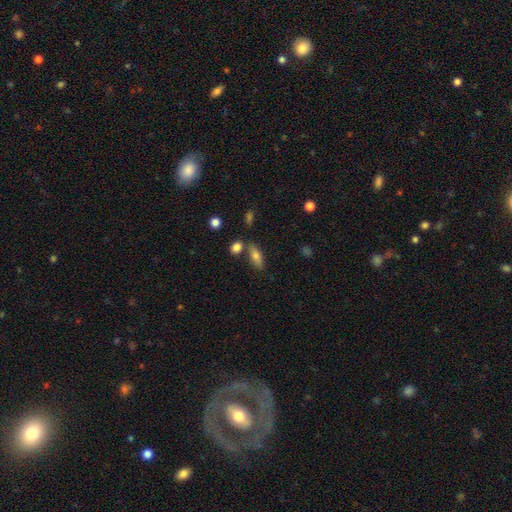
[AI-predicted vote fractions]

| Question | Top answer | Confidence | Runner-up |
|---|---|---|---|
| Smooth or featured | smooth | 74% | featured or disk (18%) |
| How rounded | in between | 70% | cigar-shaped (26%) |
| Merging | none | 71% | minor disturbance (13%) |